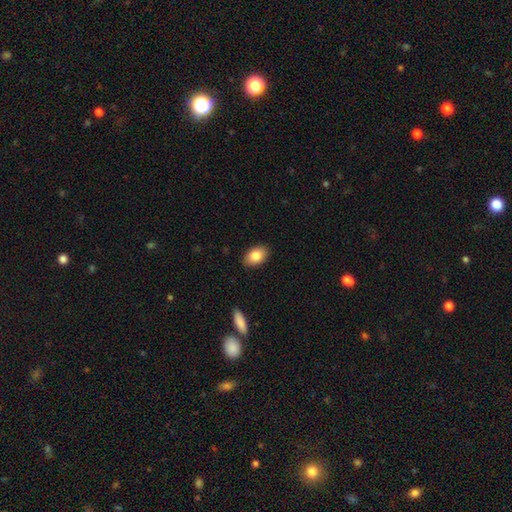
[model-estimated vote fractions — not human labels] A smooth galaxy with no disk features (83%) that is in between round and cigar-shaped (88%). Merging: none (89%).